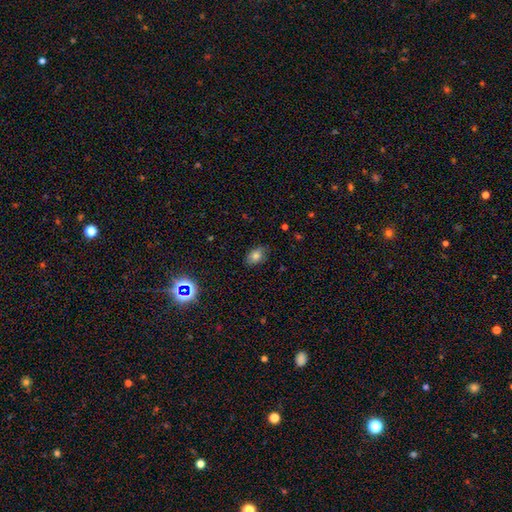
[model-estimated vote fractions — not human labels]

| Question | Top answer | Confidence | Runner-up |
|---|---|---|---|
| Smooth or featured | smooth | 75% | star or artifact (13%) |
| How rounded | in between | 82% | round (17%) |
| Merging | none | 80% | minor disturbance (15%) |